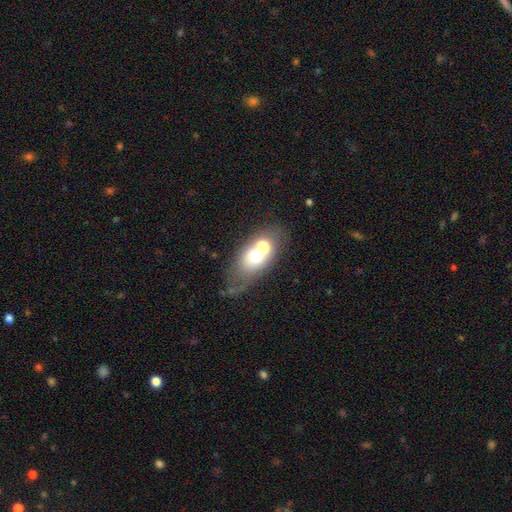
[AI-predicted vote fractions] smooth 54%, featured or disk 33%, star or artifact 14%. Down the decision tree: how rounded — in between (73%); merging — none (40%).